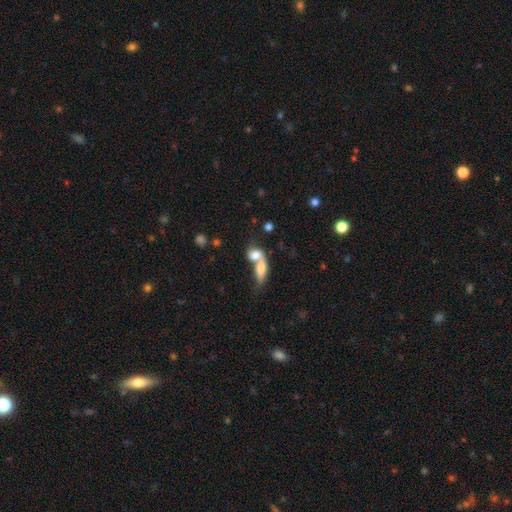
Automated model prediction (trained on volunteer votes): smooth 71%, featured or disk 21%, star or artifact 8%. Down the decision tree: how rounded — in between (65%); merging — merger (74%).